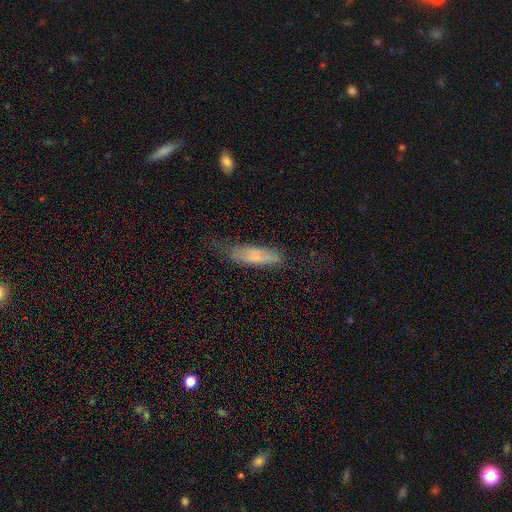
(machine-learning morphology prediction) Smooth or featured? Predicted: smooth (p=0.66). How rounded? Predicted: cigar-shaped (p=0.62). Merging? Predicted: none (p=0.53).